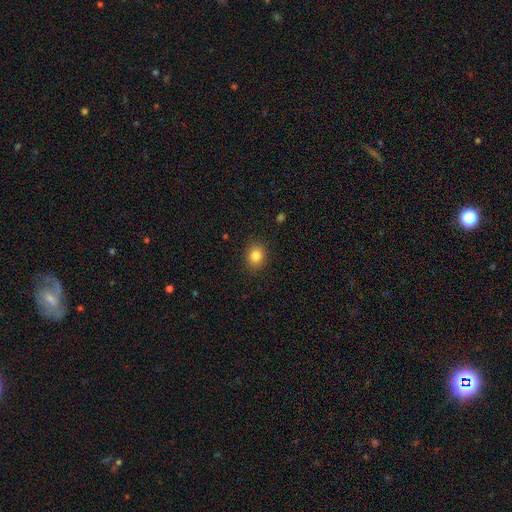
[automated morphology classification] type=smooth (83%); roundness=round (58%); merging=none (89%).